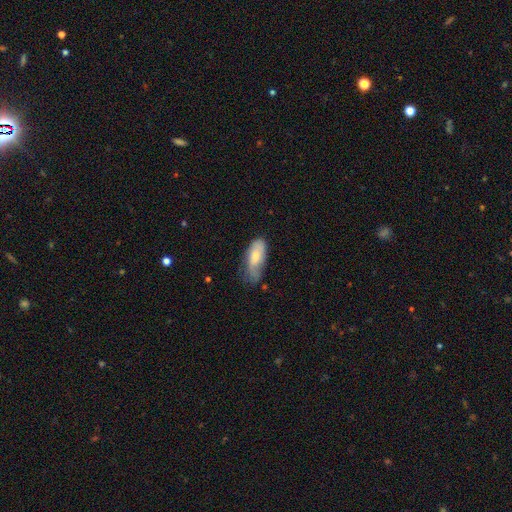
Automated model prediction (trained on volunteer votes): Smooth or featured?
  - smooth: 73% *
  - featured or disk: 21%
  - star or artifact: 6%
How rounded?
  - in between: 83% *
  - cigar-shaped: 15%
  - round: 2%
Merging?
  - minor disturbance: 43% *
  - none: 38%
  - major disturbance: 17%
  - merger: 3%